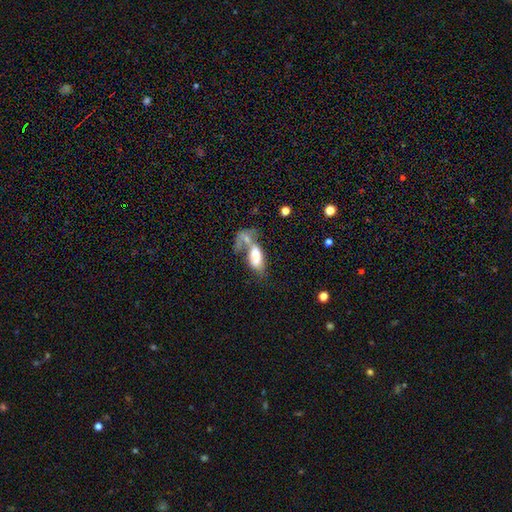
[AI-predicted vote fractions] Overall: smooth (64%; featured or disk 28%). How rounded: in between (83%). Merging: merger (59%).